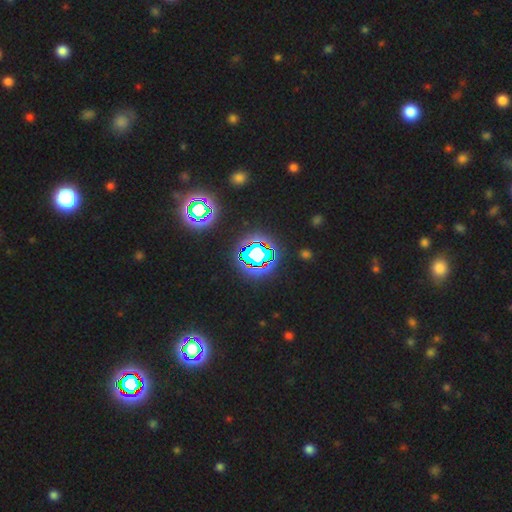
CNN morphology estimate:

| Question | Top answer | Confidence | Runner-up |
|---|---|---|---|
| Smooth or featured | star or artifact | 71% | smooth (17%) |